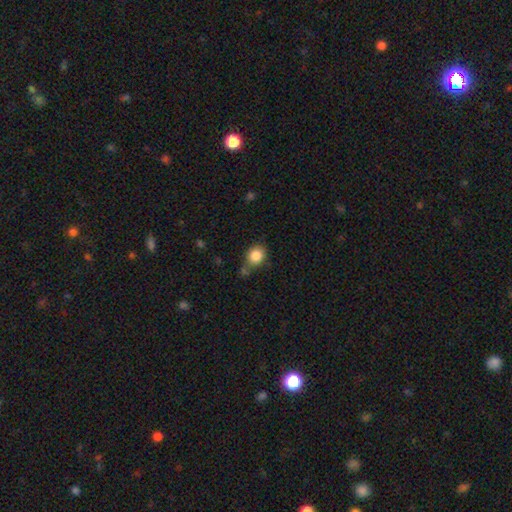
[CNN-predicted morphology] Q: Smooth or featured?
A: smooth (85%); runner-up: star or artifact (9%)
Q: How rounded?
A: round (64%); runner-up: in between (35%)
Q: Merging?
A: none (61%); runner-up: minor disturbance (22%)